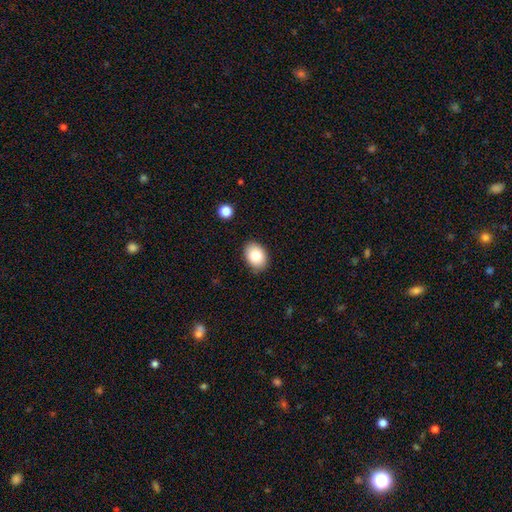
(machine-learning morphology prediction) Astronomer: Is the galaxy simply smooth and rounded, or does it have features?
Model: smooth — 81%.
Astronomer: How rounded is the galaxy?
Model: in between — 76%.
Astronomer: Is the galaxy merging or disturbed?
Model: none — 86%.